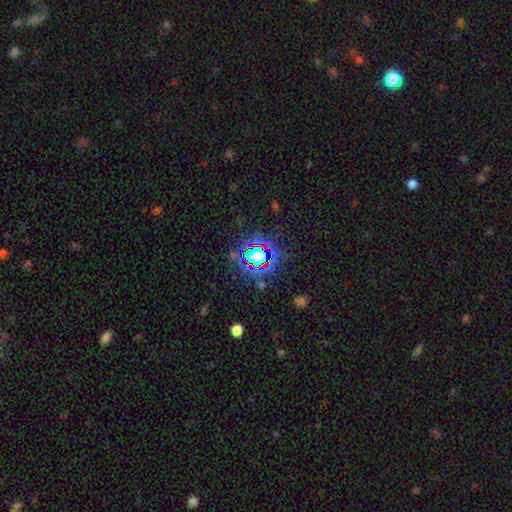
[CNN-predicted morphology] Smooth or featured? star or artifact (72%)